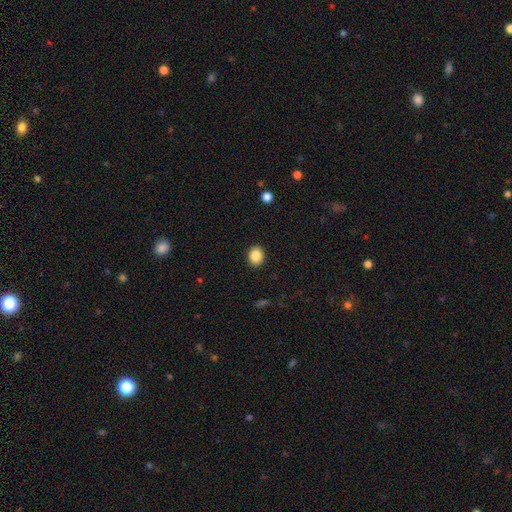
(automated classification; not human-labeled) This is clearly a smooth galaxy (87%). How rounded: likely round (63%). Merging: clearly none (91%).